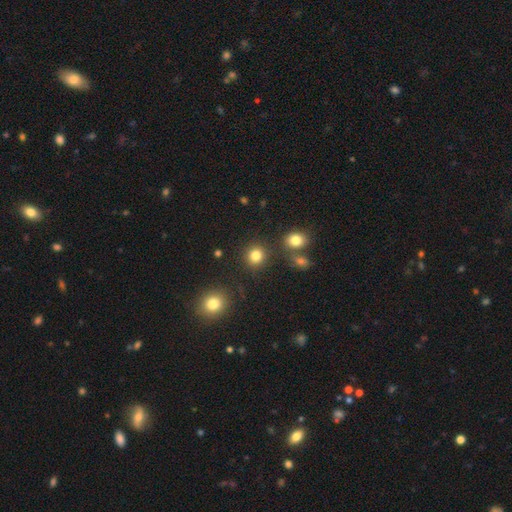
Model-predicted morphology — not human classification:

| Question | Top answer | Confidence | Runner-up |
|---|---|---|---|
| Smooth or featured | smooth | 83% | star or artifact (12%) |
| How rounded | round | 88% | in between (11%) |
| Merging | none | 85% | minor disturbance (7%) |